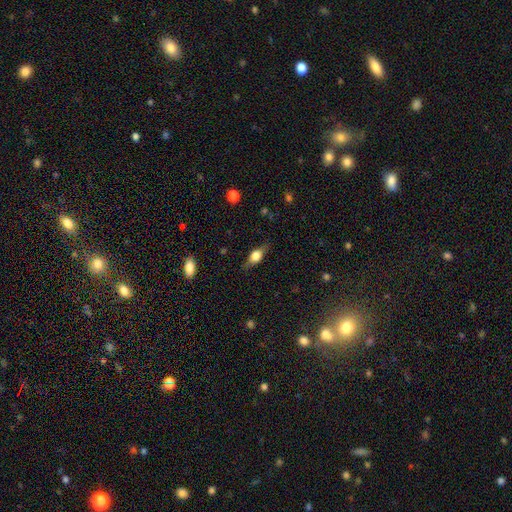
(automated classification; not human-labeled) Overall: smooth (52%; featured or disk 39%). How rounded: in between (68%). Merging: none (77%).